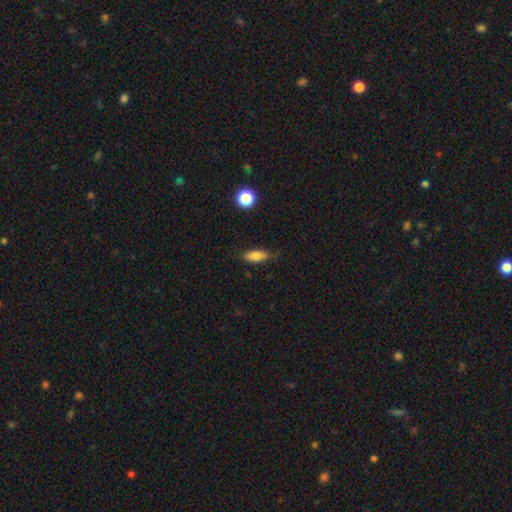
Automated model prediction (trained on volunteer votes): smooth-or-featured: smooth: 78% | featured or disk: 14% | star or artifact: 8%
  how-rounded: in between: 77% | cigar-shaped: 19% | round: 4%
  merging: none: 79% | minor disturbance: 17% | major disturbance: 3% | merger: 1%